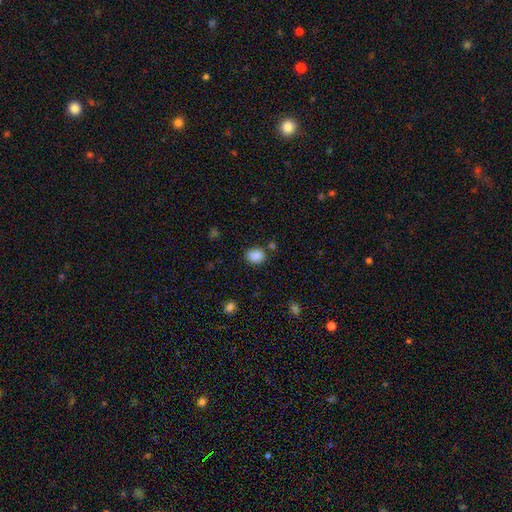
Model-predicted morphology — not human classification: smooth-or-featured: smooth: 87% | star or artifact: 10% | featured or disk: 4%
  how-rounded: in between: 50% | round: 49% | cigar-shaped: 1%
  merging: none: 73% | minor disturbance: 16% | merger: 6% | major disturbance: 4%